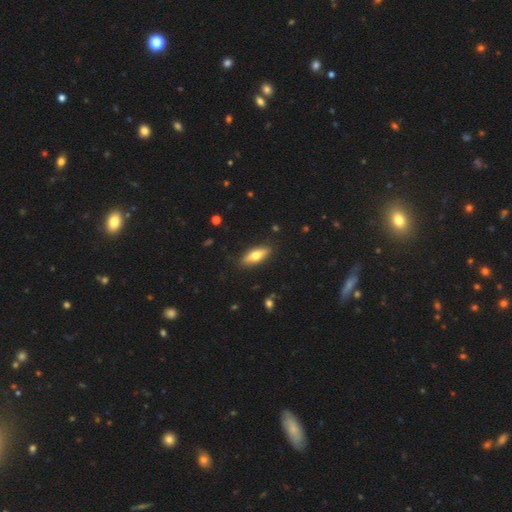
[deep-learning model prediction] smooth_or_featured: smooth (p=0.56) [alt: featured or disk p=0.38]
how_rounded: in between (p=0.57) [alt: cigar-shaped p=0.40]
merging: none (p=0.87) [alt: minor disturbance p=0.10]